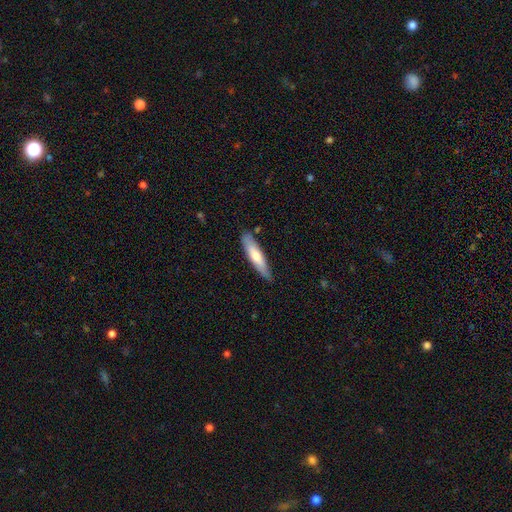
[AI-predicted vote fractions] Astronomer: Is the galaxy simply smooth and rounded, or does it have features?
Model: smooth — 62%.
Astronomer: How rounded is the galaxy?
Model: cigar-shaped — 80%.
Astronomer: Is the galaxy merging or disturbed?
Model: none — 80%.